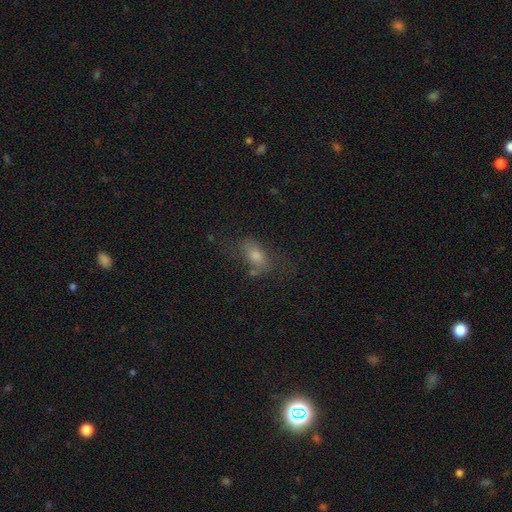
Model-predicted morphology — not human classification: The model was most divided on "merging": none: 57%, minor disturbance: 22%, major disturbance: 16%, merger: 5%. More confident: how rounded — in between (78%); smooth or featured — smooth (60%).